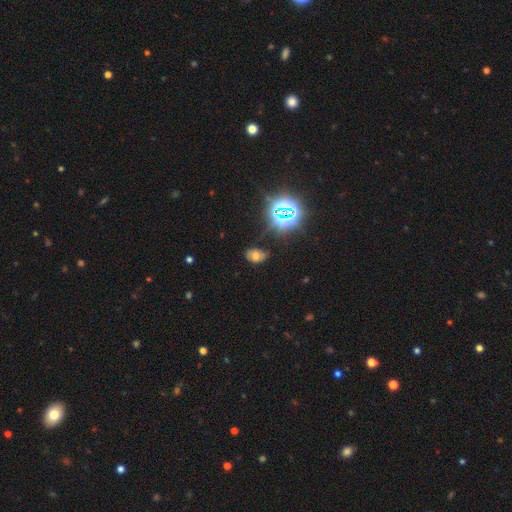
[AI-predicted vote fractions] smooth-or-featured: smooth: 53% | star or artifact: 29% | featured or disk: 18%
  how-rounded: in between: 78% | round: 21% | cigar-shaped: 1%
  merging: none: 71% | minor disturbance: 21% | major disturbance: 6% | merger: 2%